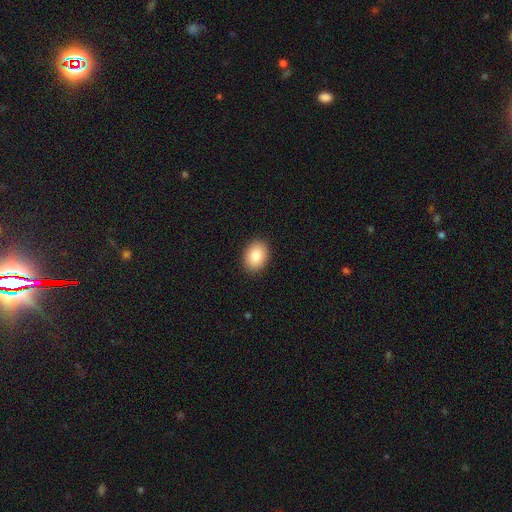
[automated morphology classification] type=smooth (86%); roundness=in between (66%); merging=none (90%).